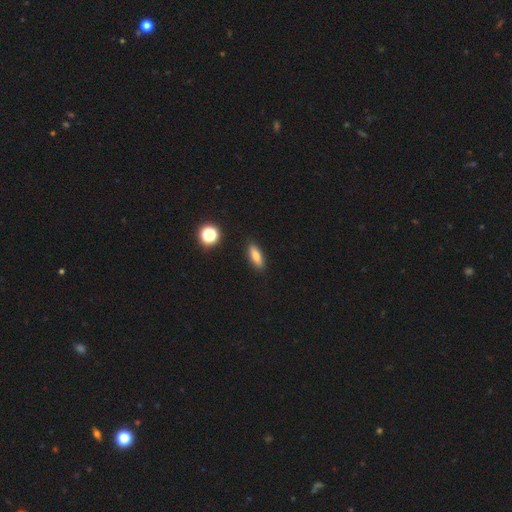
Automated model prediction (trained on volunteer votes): The model was most divided on "how rounded": in between: 59%, cigar-shaped: 38%, round: 4%. More confident: merging — none (89%); smooth or featured — smooth (77%).